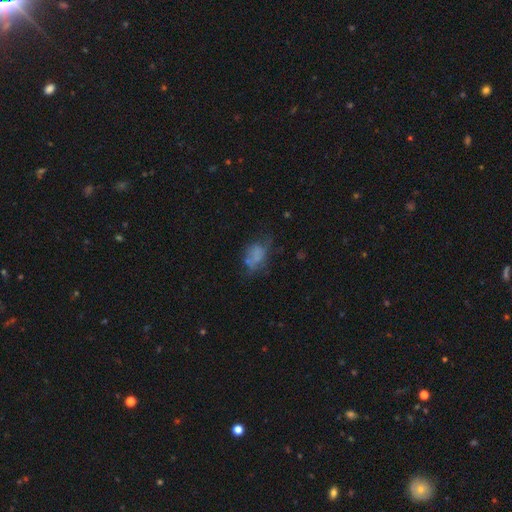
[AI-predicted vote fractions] The model was most divided on "merging": none: 39%, minor disturbance: 28%, major disturbance: 25%, merger: 8%. More confident: how rounded — in between (82%); smooth or featured — smooth (60%).